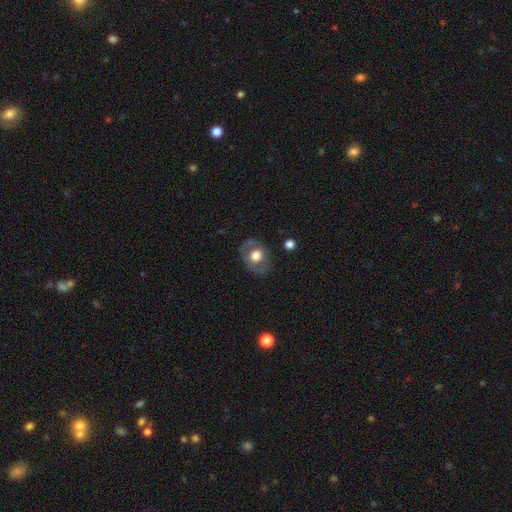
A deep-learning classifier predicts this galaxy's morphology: Smooth or featured: smooth — 51% (featured or disk — 41%)
How rounded: round — 53% (in between — 46%)
Merging: none — 74% (minor disturbance — 16%)